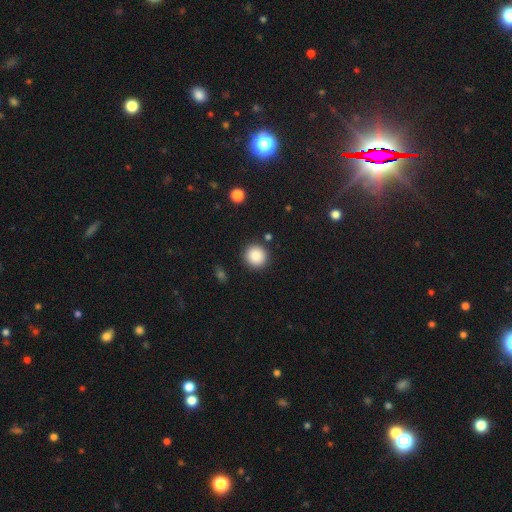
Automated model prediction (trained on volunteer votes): This is clearly a smooth galaxy (88%). How rounded: clearly round (94%). Merging: clearly none (90%).